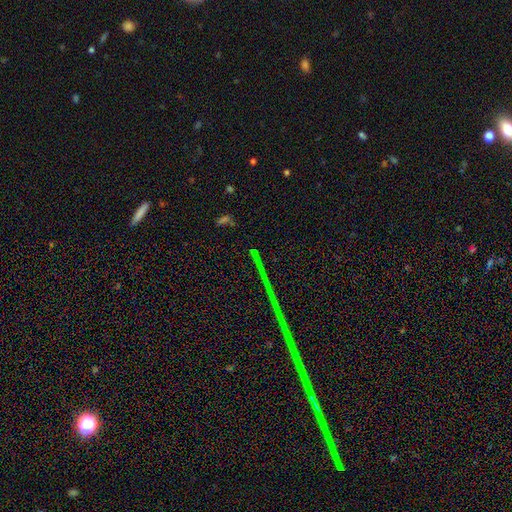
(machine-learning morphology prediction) Smooth or featured?
  - star or artifact: 75% *
  - smooth: 13%
  - featured or disk: 12%